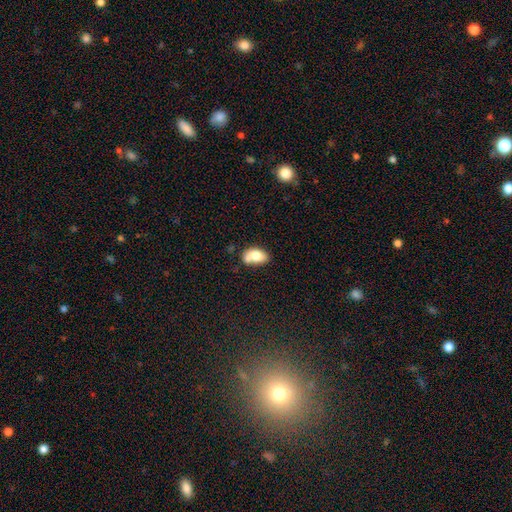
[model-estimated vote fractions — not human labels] Morphology: type=smooth (76%); roundness=in between (87%); merging=none (43%).